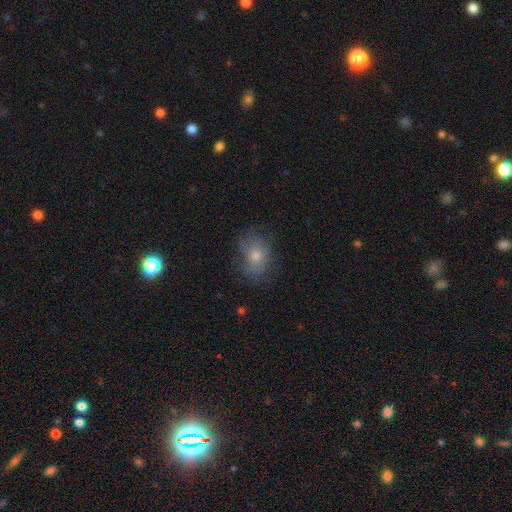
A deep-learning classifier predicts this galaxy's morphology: The model was most divided on "smooth or featured": smooth: 50%, featured or disk: 36%, star or artifact: 15%. More confident: merging — none (63%).